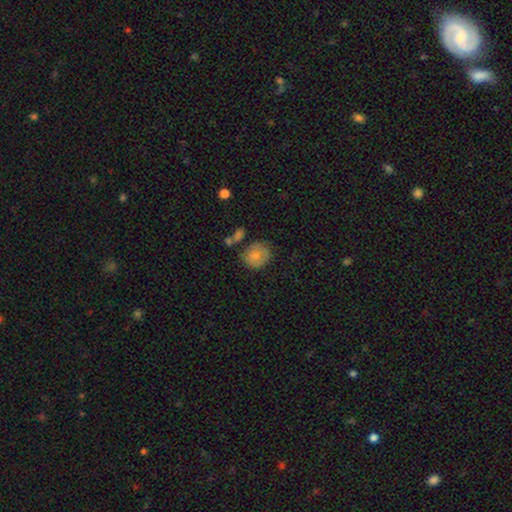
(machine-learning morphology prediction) Q: Smooth or featured?
A: smooth (76%); runner-up: featured or disk (16%)
Q: How rounded?
A: round (76%); runner-up: in between (23%)
Q: Merging?
A: none (60%); runner-up: minor disturbance (23%)